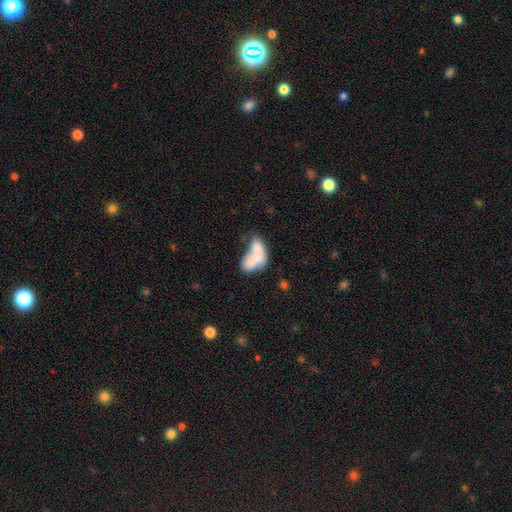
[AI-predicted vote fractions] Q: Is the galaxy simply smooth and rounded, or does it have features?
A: smooth — 65%.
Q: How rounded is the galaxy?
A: in between — 88%.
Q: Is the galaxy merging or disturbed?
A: merger — 61%.